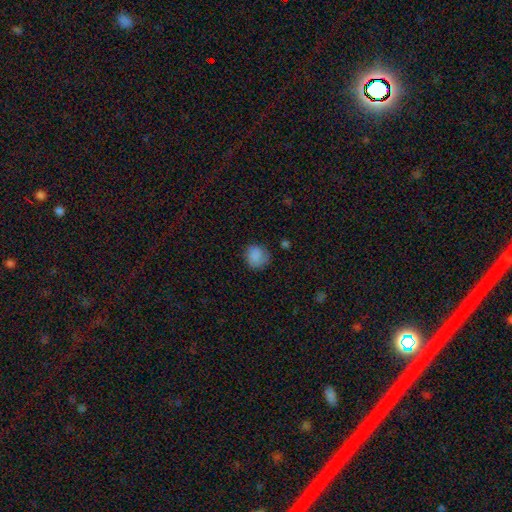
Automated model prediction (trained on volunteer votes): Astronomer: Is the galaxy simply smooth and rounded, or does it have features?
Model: smooth — 86%.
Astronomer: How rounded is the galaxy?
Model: round — 85%.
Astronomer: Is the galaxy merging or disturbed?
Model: none — 77%.